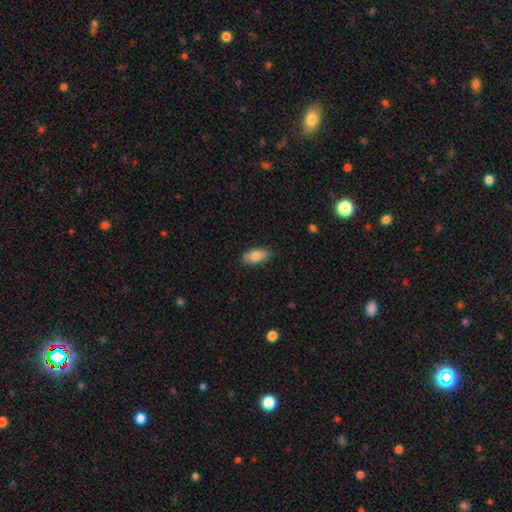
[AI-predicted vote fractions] Morphology: type=smooth (82%); roundness=in between (89%); merging=none (85%).